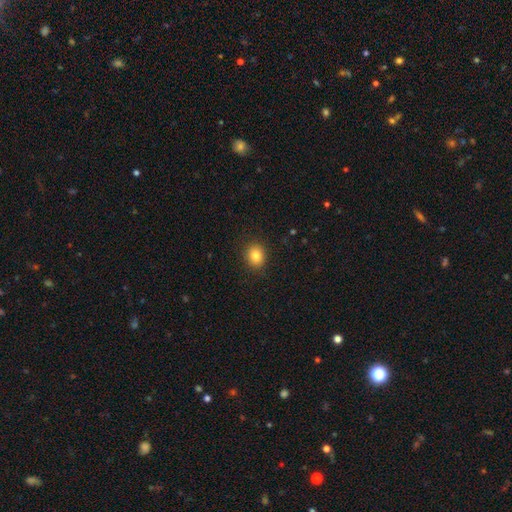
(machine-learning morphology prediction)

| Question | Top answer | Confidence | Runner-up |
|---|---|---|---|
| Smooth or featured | smooth | 83% | star or artifact (10%) |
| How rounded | round | 63% | in between (37%) |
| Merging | none | 90% | minor disturbance (7%) |